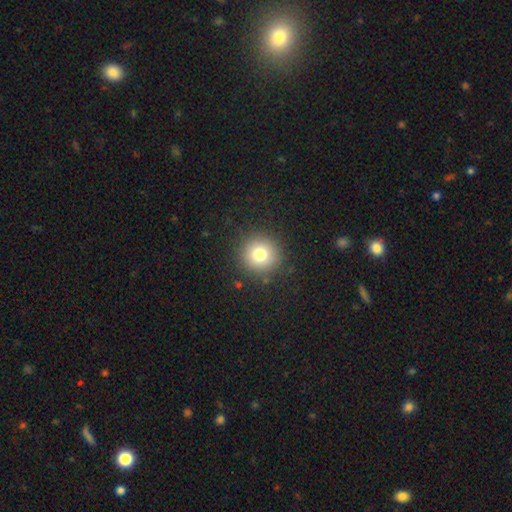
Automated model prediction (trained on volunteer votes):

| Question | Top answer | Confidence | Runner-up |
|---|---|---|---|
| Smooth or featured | smooth | 78% | star or artifact (13%) |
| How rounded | round | 95% | in between (4%) |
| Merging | none | 90% | minor disturbance (6%) |